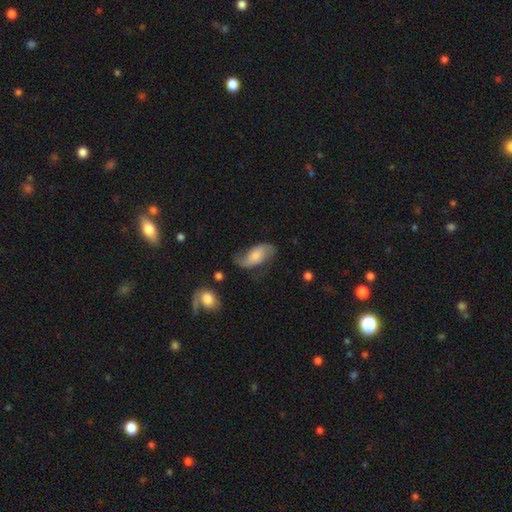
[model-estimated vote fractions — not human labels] Q: Smooth or featured?
A: featured or disk (58%); runner-up: smooth (35%)
Q: Edge-on disk?
A: no (94%); runner-up: yes (6%)
Q: Bar?
A: no (55%); runner-up: weak (32%)
Q: Spiral arms?
A: yes (89%); runner-up: no (11%)
Q: Bulge size?
A: small (43%); runner-up: moderate (37%)
Q: Merging?
A: none (57%); runner-up: minor disturbance (25%)